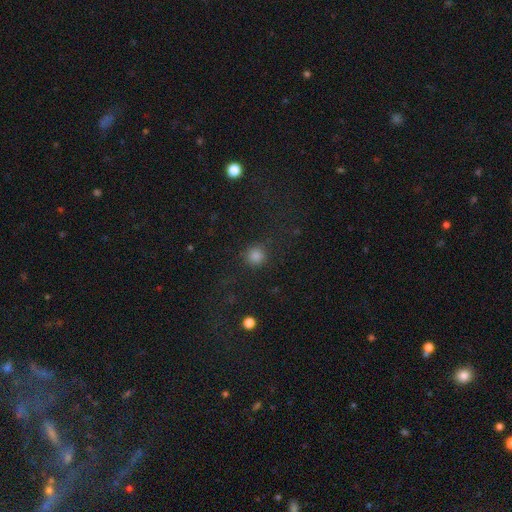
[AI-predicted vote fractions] Smooth or featured? Predicted: smooth (p=0.79). How rounded? Predicted: round (p=0.94). Merging? Predicted: none (p=0.85).